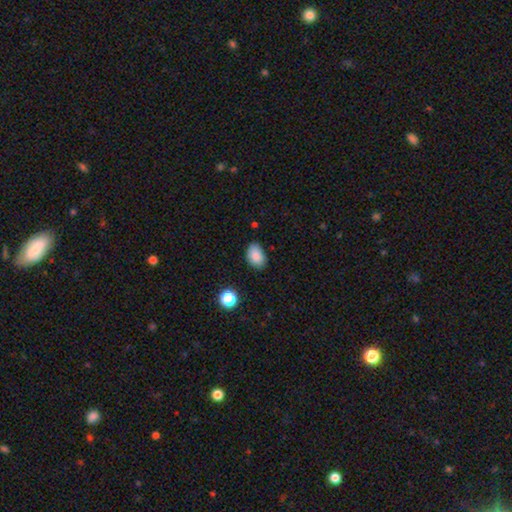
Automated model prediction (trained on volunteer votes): A smooth galaxy with no disk features (86%) that is in between round and cigar-shaped (83%). Merging: none (76%).